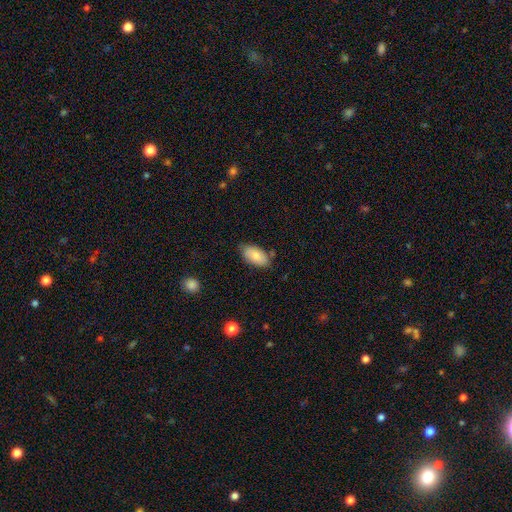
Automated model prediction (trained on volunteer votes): A smooth galaxy with no disk features (79%) that is in between round and cigar-shaped (94%).

Vote fractions:
- Smooth or featured? smooth: 79% / featured or disk: 14% / star or artifact: 7%
- How rounded? in between: 94% / round: 3% / cigar-shaped: 3%
- Merging? none: 76% / minor disturbance: 18% / merger: 3% / major disturbance: 3%